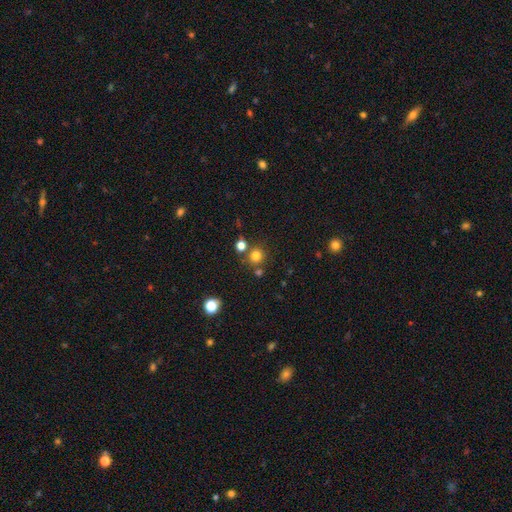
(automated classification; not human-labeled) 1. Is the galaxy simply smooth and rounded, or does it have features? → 79% smooth, 15% star or artifact, 6% featured or disk.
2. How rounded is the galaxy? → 91% round, 8% in between, 1% cigar-shaped.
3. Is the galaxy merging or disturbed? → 75% none, 13% merger, 9% minor disturbance, 3% major disturbance.